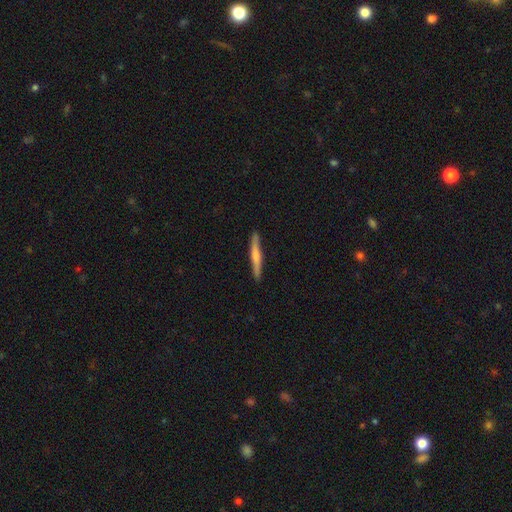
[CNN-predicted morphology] type=smooth (48%); merging=none (89%).